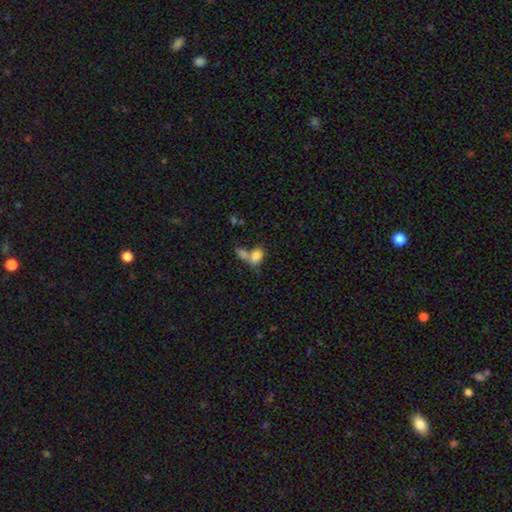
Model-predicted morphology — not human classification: Smooth or featured?
  - smooth: 81% *
  - featured or disk: 10%
  - star or artifact: 9%
How rounded?
  - in between: 83% *
  - round: 15%
  - cigar-shaped: 2%
Merging?
  - merger: 61% *
  - none: 25%
  - minor disturbance: 9%
  - major disturbance: 6%